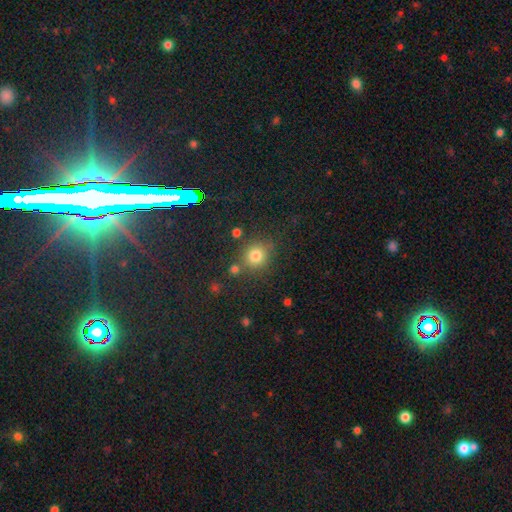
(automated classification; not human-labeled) smooth_or_featured: smooth (p=0.77) [alt: star or artifact p=0.16]
how_rounded: round (p=0.86) [alt: in between p=0.13]
merging: none (p=0.76) [alt: minor disturbance p=0.11]